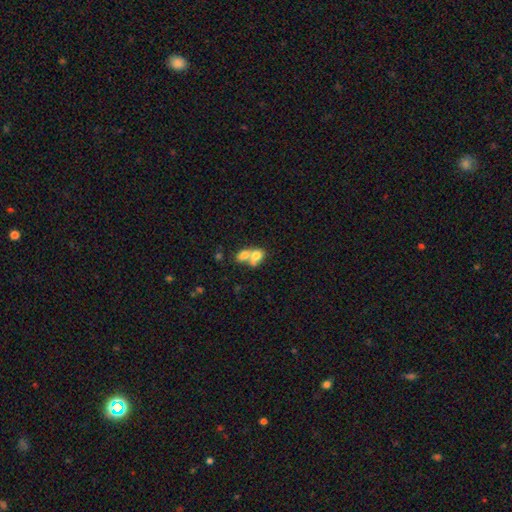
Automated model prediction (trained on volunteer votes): This appears to be a smooth galaxy with no disk features (71%) that is in between round and cigar-shaped (57%). Merging: merger (73%).